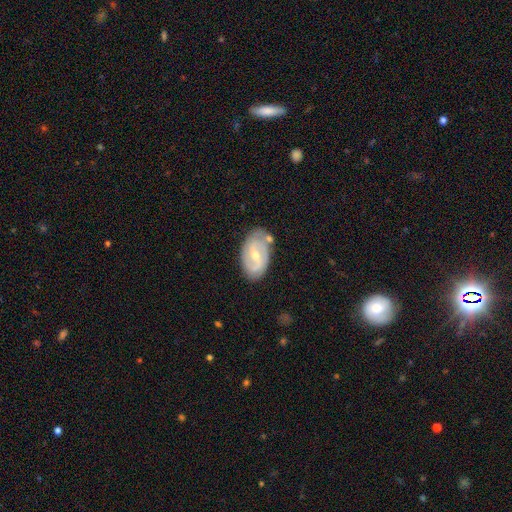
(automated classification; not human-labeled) Overall: featured or disk (77%). Edge-on disk: no (96%). Bar: weak (54%; no 26%). Spiral arms: yes (90%). Spiral arm count: 2 (79%). Spiral winding: medium (45%; tight 36%). Bulge size: small (50%; moderate 47%). Merging: none (72%).